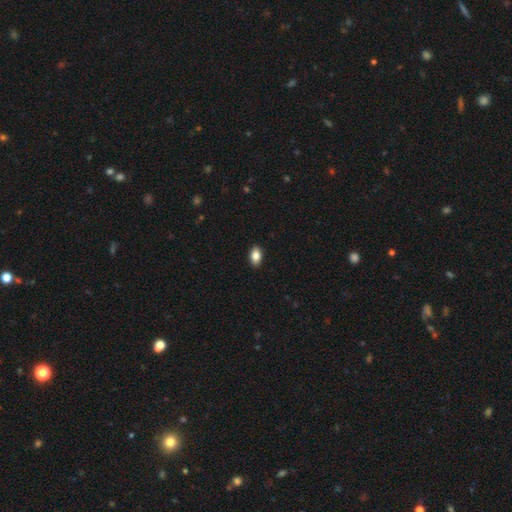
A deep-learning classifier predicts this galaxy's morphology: This appears to be a smooth galaxy with no disk features (85%) that is in between round and cigar-shaped (90%). Merging: none (90%).